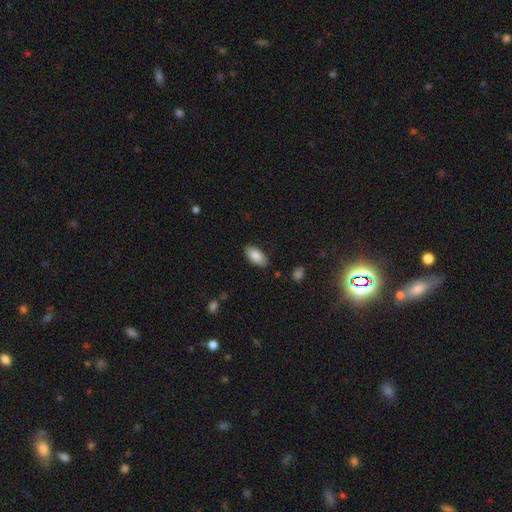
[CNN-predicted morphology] This is clearly a smooth galaxy (85%). How rounded: clearly in between (91%). Merging: clearly none (84%).